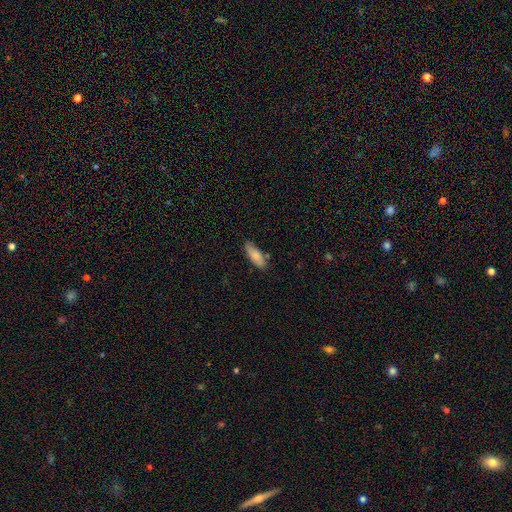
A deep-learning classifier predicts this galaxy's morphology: A smooth galaxy with no disk features (77%) that is in between round and cigar-shaped (70%). Merging: none (75%).